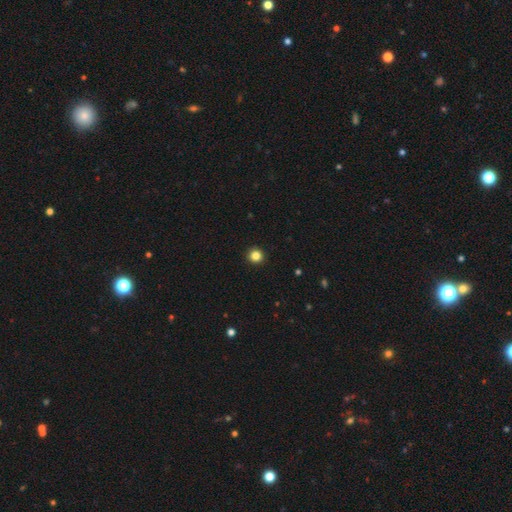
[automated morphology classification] Q: Smooth or featured?
A: smooth (84%); runner-up: star or artifact (12%)
Q: How rounded?
A: round (94%); runner-up: in between (5%)
Q: Merging?
A: none (94%); runner-up: minor disturbance (4%)